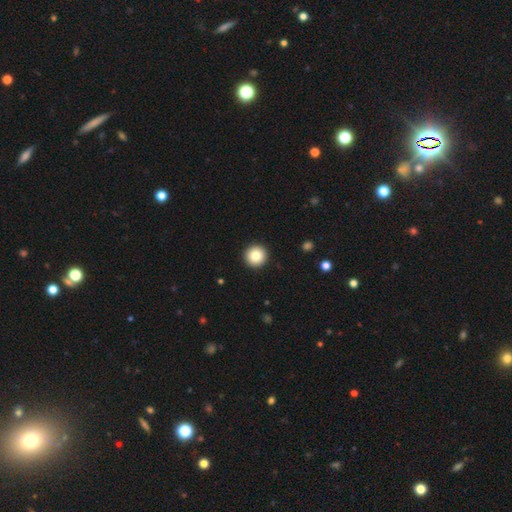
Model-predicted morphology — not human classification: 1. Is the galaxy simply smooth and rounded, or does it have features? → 83% smooth, 9% star or artifact, 8% featured or disk.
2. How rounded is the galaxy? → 96% round, 3% in between, 1% cigar-shaped.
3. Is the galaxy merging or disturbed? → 93% none, 4% minor disturbance, 1% major disturbance, 1% merger.